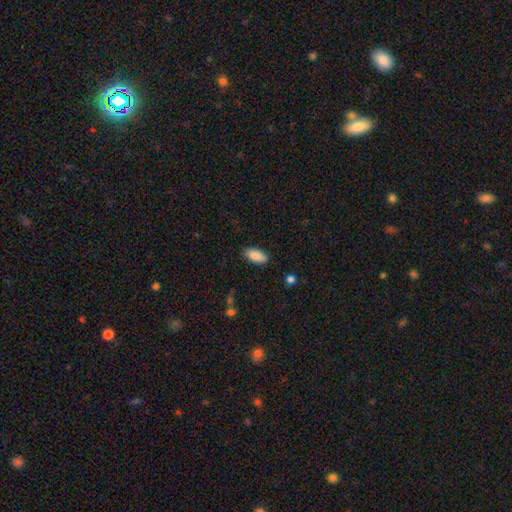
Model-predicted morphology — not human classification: A smooth galaxy with no disk features (89%) that is in between round and cigar-shaped (91%).

Vote fractions:
- Smooth or featured? smooth: 89% / star or artifact: 7% / featured or disk: 4%
- How rounded? in between: 91% / cigar-shaped: 7% / round: 2%
- Merging? none: 86% / minor disturbance: 11% / major disturbance: 2% / merger: 1%